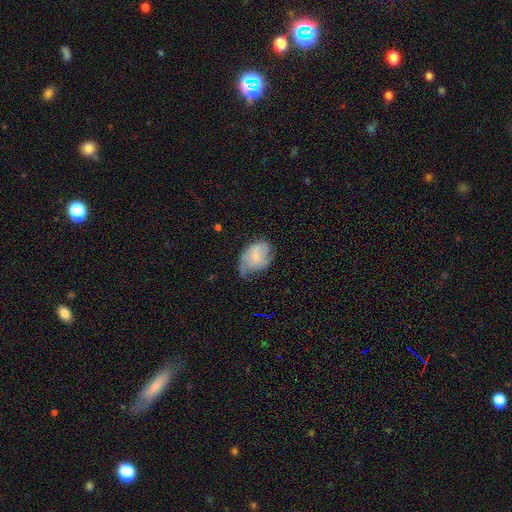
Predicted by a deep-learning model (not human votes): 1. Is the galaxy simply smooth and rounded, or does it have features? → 56% featured or disk, 36% smooth, 8% star or artifact.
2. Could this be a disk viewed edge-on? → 97% no, 3% yes.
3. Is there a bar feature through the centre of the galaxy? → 60% no, 34% weak, 6% strong.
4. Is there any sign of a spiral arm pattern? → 79% yes, 21% no.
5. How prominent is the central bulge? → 61% small, 22% moderate, 14% none, 2% large, 1% dominant.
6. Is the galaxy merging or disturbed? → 39% none, 36% minor disturbance, 23% major disturbance, 2% merger.